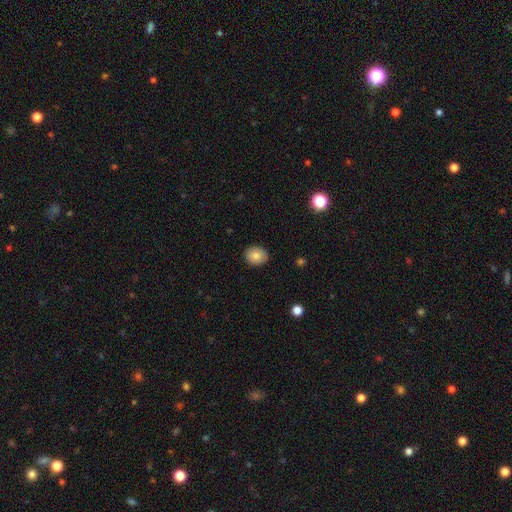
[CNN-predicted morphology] A smooth galaxy with no disk features (84%) that is round (68%).

Vote fractions:
- Smooth or featured? smooth: 84% / star or artifact: 9% / featured or disk: 8%
- How rounded? round: 68% / in between: 31% / cigar-shaped: 1%
- Merging? none: 90% / minor disturbance: 7% / major disturbance: 2% / merger: 1%